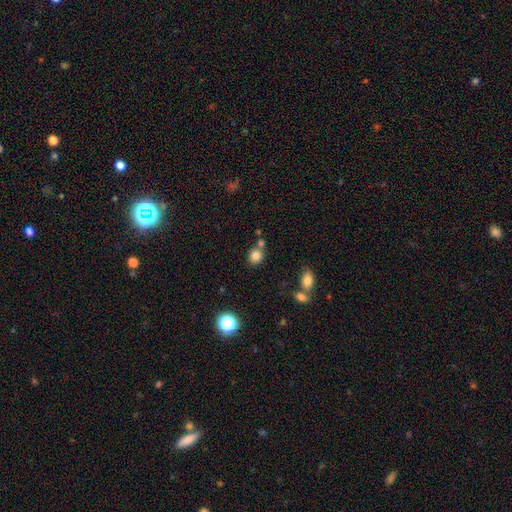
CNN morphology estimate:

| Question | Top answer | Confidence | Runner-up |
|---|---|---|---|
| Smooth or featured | smooth | 81% | star or artifact (12%) |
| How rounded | round | 79% | in between (20%) |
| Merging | none | 66% | merger (19%) |